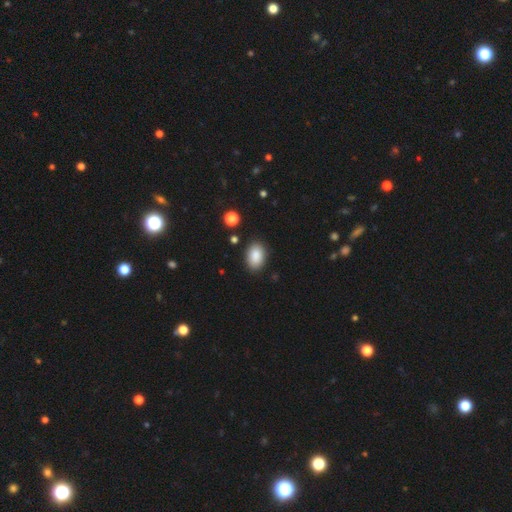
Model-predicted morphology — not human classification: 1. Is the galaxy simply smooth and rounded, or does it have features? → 88% smooth, 8% star or artifact, 5% featured or disk.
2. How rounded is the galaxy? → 89% in between, 10% round, 1% cigar-shaped.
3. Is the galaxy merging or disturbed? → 86% none, 9% minor disturbance, 2% major disturbance, 2% merger.